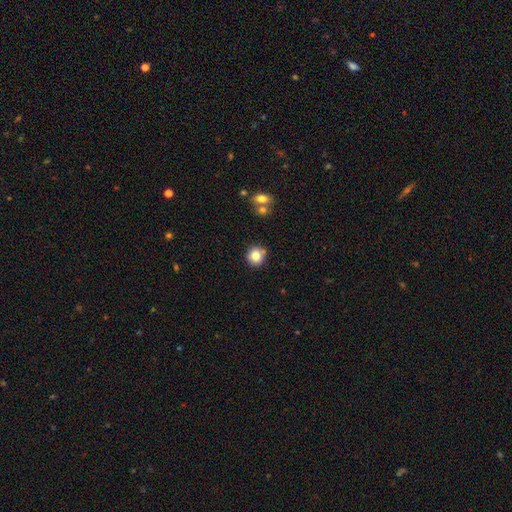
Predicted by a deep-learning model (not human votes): This is clearly a smooth galaxy (82%). How rounded: clearly round (89%). Merging: likely none (77%).